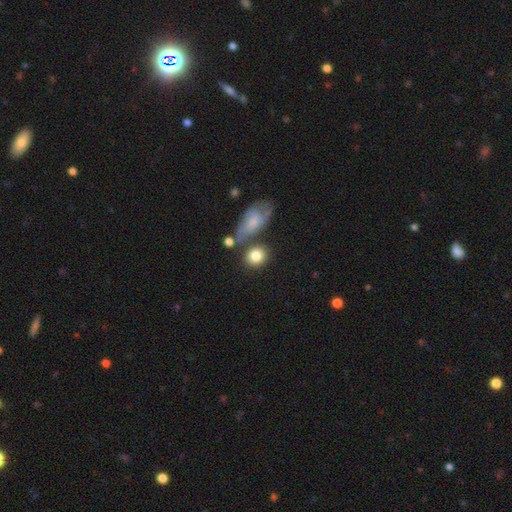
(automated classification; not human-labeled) Smooth or featured?
  - smooth: 81% *
  - featured or disk: 11%
  - star or artifact: 8%
How rounded?
  - round: 67% *
  - in between: 31%
  - cigar-shaped: 2%
Merging?
  - none: 61% *
  - merger: 18%
  - minor disturbance: 15%
  - major disturbance: 6%